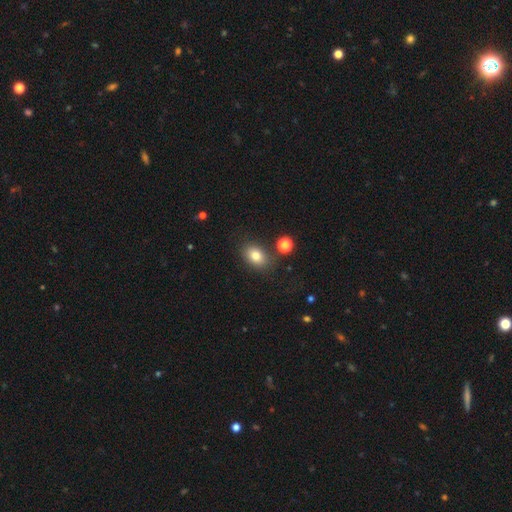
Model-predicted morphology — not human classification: The model was most divided on "how rounded": in between: 75%, round: 24%, cigar-shaped: 1%. More confident: smooth or featured — smooth (81%); merging — none (78%).